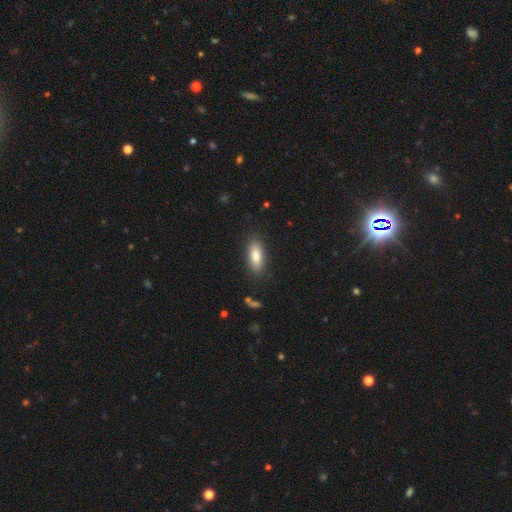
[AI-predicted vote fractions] Morphology: type=smooth (80%); roundness=in between (75%); merging=none (86%).